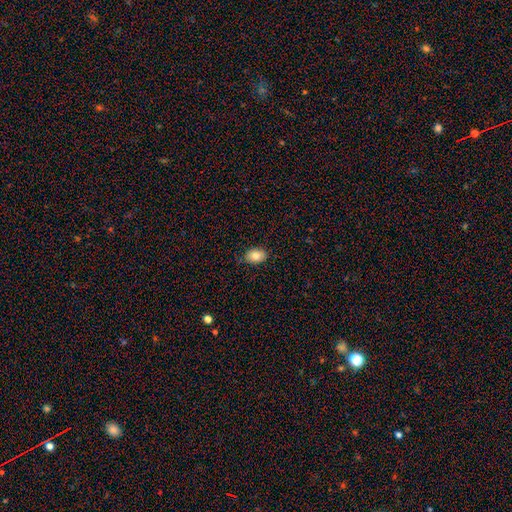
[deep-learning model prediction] Overall: smooth (81%). How rounded: in between (80%). Merging: none (84%).